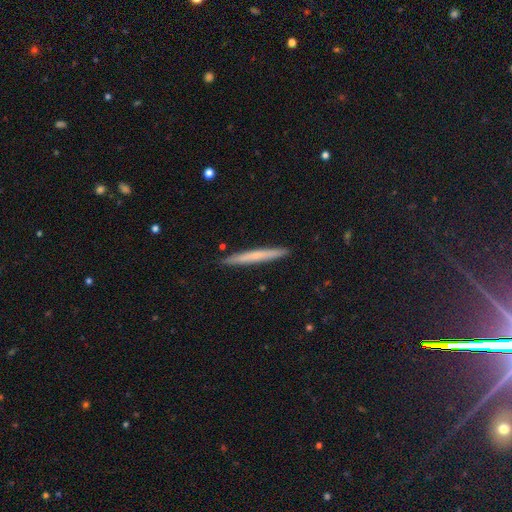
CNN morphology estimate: Smooth or featured: smooth — 57% (featured or disk — 37%)
How rounded: cigar-shaped — 97% (in between — 2%)
Merging: none — 91% (minor disturbance — 6%)